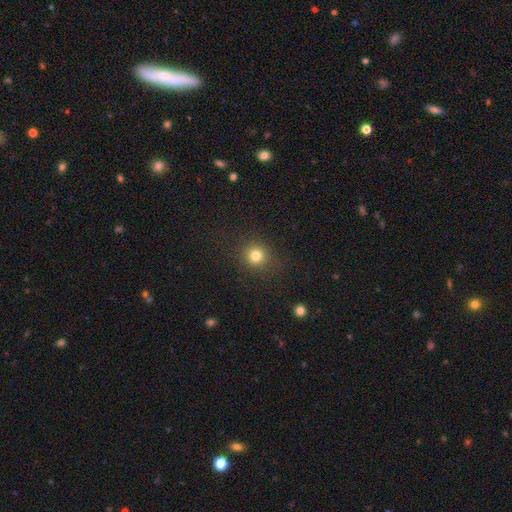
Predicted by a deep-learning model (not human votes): Overall: smooth (80%). How rounded: round (91%). Merging: none (88%).